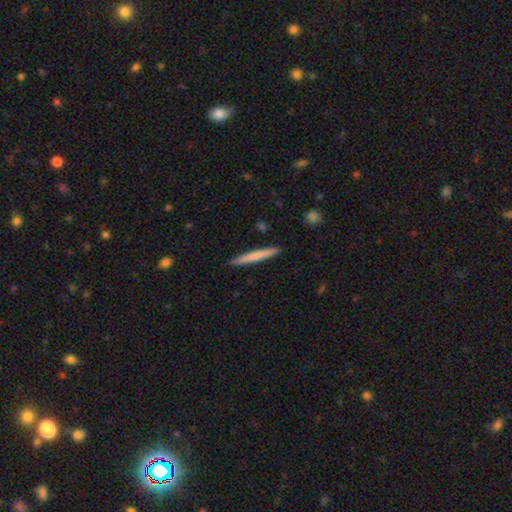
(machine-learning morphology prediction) smooth 67%, featured or disk 28%, star or artifact 5%. Down the decision tree: how rounded — cigar-shaped (96%); merging — none (91%).